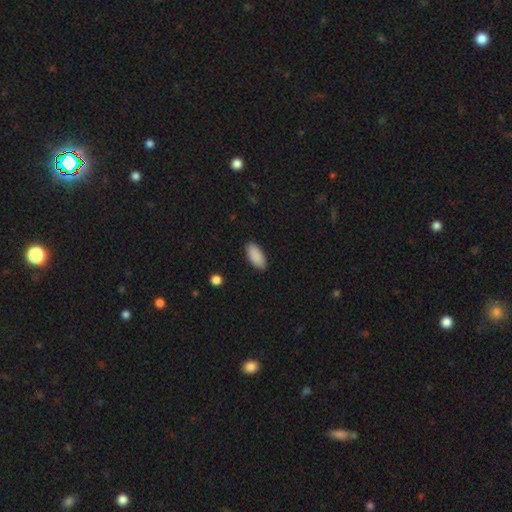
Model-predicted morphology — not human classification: This is clearly a smooth galaxy (90%). How rounded: clearly in between (89%). Merging: clearly none (89%).